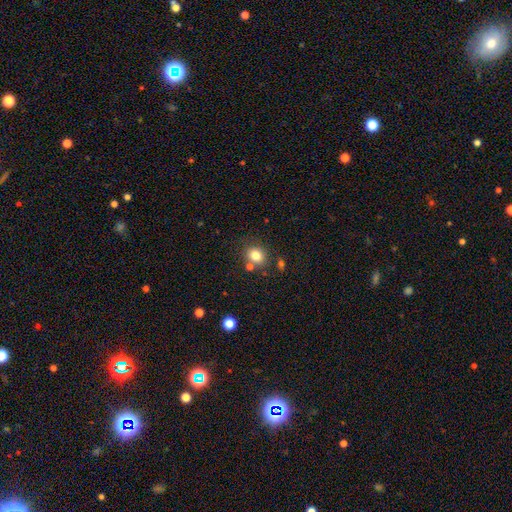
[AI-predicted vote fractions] Smooth or featured: smooth — 81% (star or artifact — 11%)
How rounded: round — 69% (in between — 30%)
Merging: none — 74% (minor disturbance — 12%)